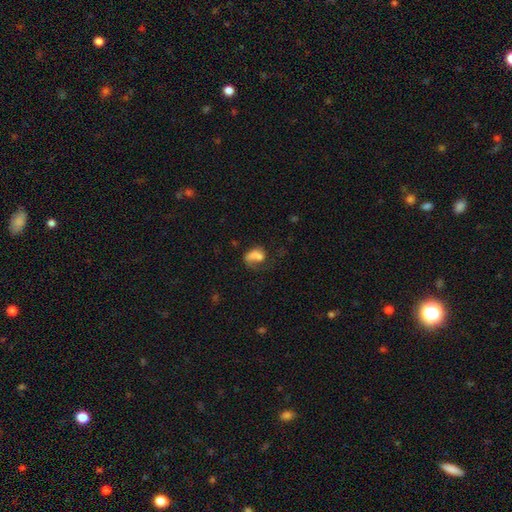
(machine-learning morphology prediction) Smooth or featured? smooth (62%)
How rounded? in between (76%)
Merging? major disturbance (35%)